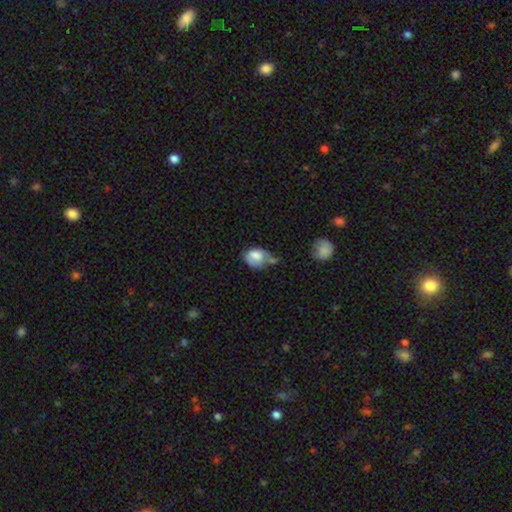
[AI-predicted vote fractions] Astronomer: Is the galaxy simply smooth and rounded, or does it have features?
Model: smooth — 73%.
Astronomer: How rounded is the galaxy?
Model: in between — 61% (runner-up: round, 38%).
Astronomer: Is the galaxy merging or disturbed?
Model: minor disturbance — 35% (runner-up: none, 24%).